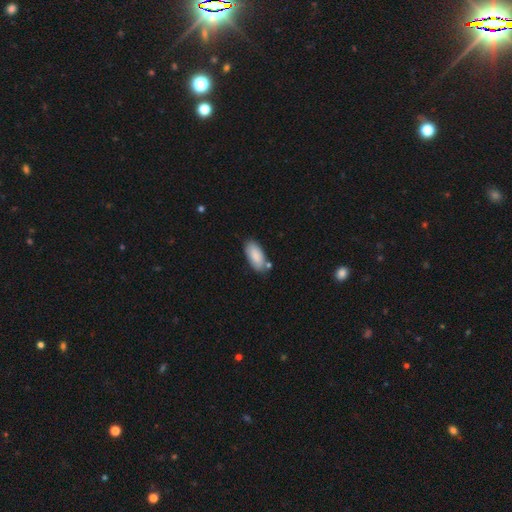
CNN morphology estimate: Smooth or featured: smooth — 87% (featured or disk — 7%)
How rounded: in between — 91% (cigar-shaped — 7%)
Merging: none — 73% (minor disturbance — 16%)